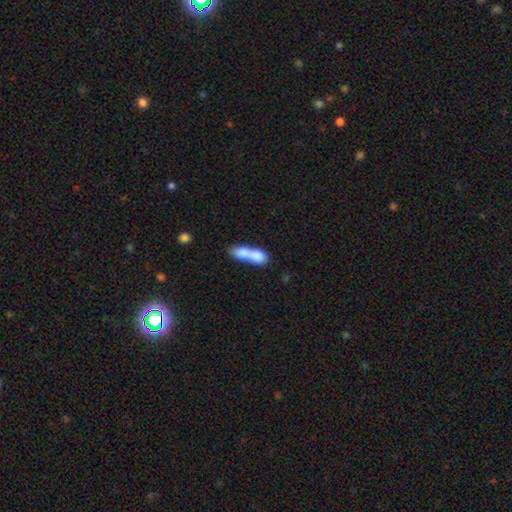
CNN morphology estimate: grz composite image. It shows a smooth galaxy with no disk features (73%) that is in between round and cigar-shaped (59%). Merging: merger (77%).